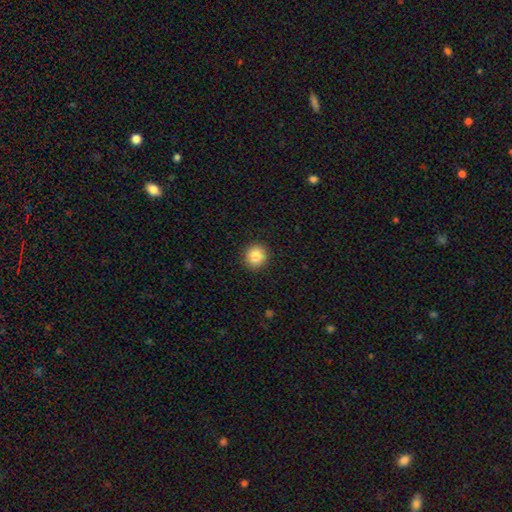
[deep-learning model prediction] Smooth or featured? Predicted: smooth (p=0.85). How rounded? Predicted: round (p=0.86). Merging? Predicted: none (p=0.91).